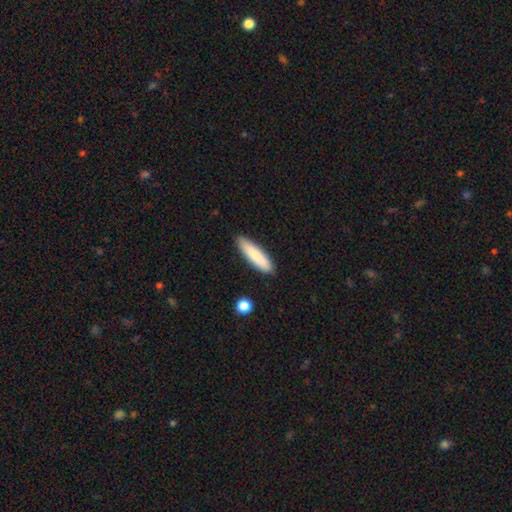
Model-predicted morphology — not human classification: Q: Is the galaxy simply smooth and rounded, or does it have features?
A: smooth — 85%.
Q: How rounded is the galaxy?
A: cigar-shaped — 75%.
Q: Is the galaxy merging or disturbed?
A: none — 89%.